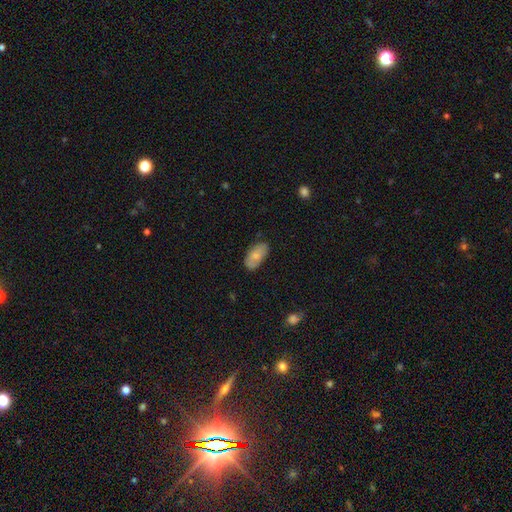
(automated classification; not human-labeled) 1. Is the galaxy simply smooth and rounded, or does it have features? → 76% smooth, 18% featured or disk, 6% star or artifact.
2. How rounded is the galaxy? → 94% in between, 3% round, 3% cigar-shaped.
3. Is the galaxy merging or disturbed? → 76% none, 19% minor disturbance, 3% major disturbance, 2% merger.